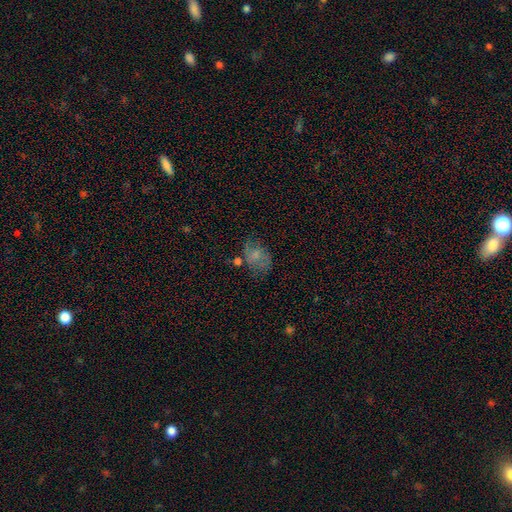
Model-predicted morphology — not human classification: smooth 52%, featured or disk 35%, star or artifact 13%. Down the decision tree: how rounded — in between (74%); merging — none (45%).